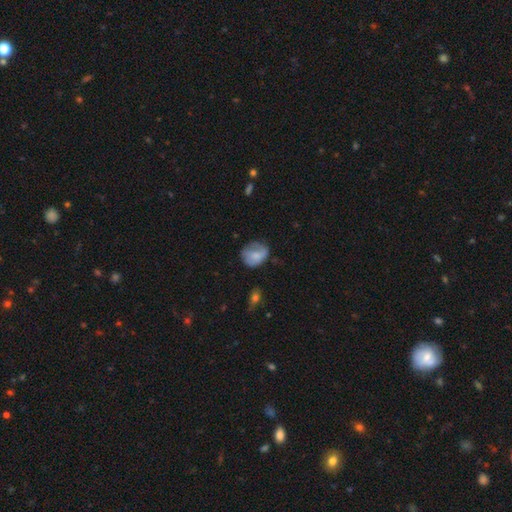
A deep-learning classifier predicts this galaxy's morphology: smooth 68%, featured or disk 24%, star or artifact 8%. Down the decision tree: how rounded — round (62%); merging — none (52%).